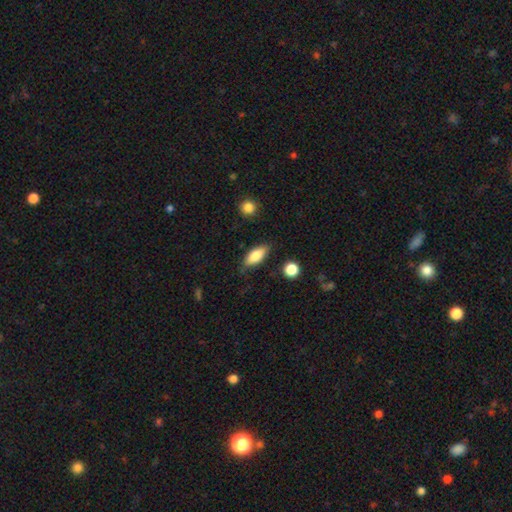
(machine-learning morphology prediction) The model was most divided on "how rounded": in between: 78%, cigar-shaped: 18%, round: 3%. More confident: merging — none (78%); smooth or featured — smooth (77%).